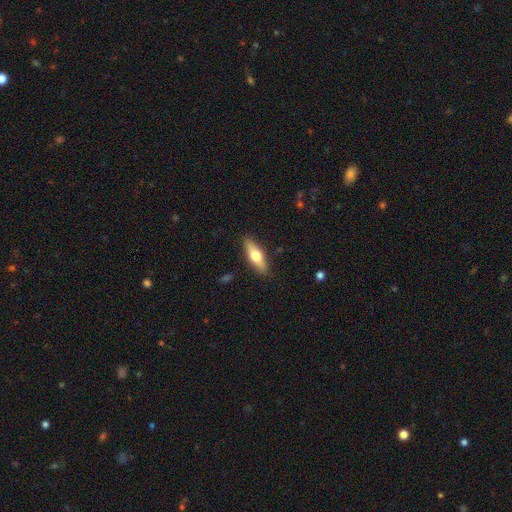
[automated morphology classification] smooth_or_featured: smooth (p=0.53) [alt: featured or disk p=0.41]
how_rounded: in between (p=0.50) [alt: cigar-shaped p=0.47]
merging: none (p=0.88) [alt: minor disturbance p=0.09]